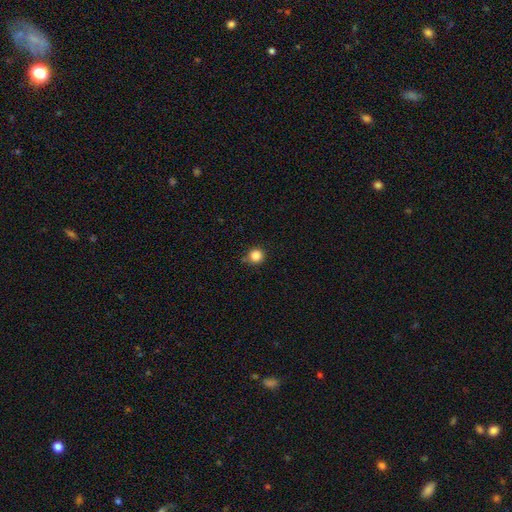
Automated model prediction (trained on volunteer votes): smooth 84%, star or artifact 12%, featured or disk 4%. Down the decision tree: how rounded — round (94%); merging — none (80%).